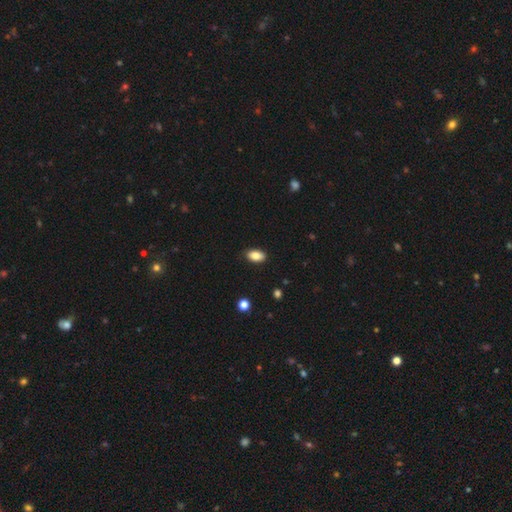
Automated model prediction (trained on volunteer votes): Overall: smooth (87%). How rounded: in between (92%). Merging: none (87%).